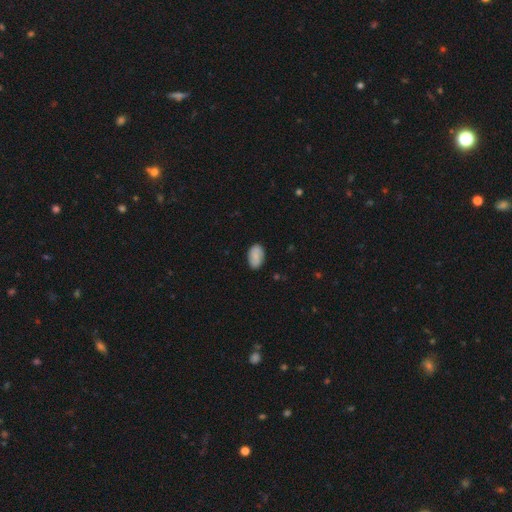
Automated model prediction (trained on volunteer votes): The model was most divided on "smooth or featured": smooth: 81%, featured or disk: 12%, star or artifact: 7%. More confident: how rounded — in between (92%); merging — none (84%).